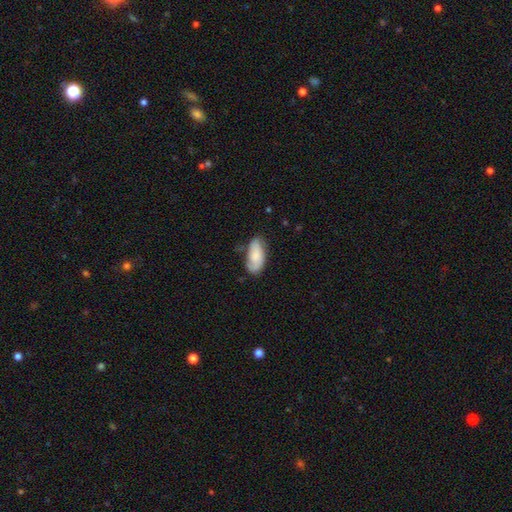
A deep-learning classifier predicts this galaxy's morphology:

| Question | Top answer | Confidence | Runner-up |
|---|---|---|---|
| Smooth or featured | smooth | 68% | featured or disk (26%) |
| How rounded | in between | 91% | cigar-shaped (7%) |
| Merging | none | 59% | minor disturbance (29%) |